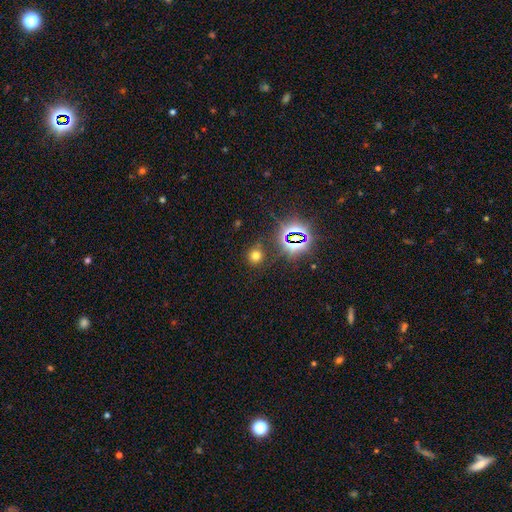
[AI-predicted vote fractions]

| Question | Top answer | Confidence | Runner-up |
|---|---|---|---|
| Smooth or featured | smooth | 62% | star or artifact (31%) |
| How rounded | round | 91% | in between (8%) |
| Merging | none | 84% | minor disturbance (8%) |